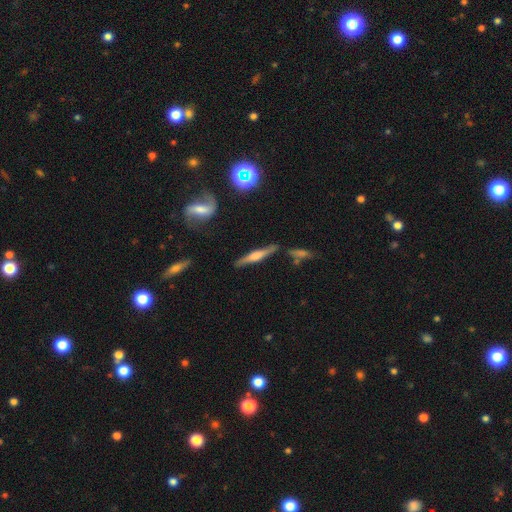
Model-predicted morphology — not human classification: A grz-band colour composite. It shows a featured or disk galaxy (62%) viewed edge-on (95%) with a rounded central bulge (67%). Merging: none (81%).